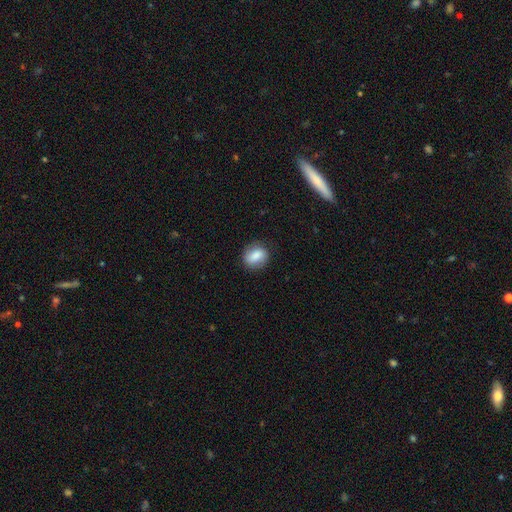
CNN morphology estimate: Q: Smooth or featured?
A: smooth (81%); runner-up: featured or disk (11%)
Q: How rounded?
A: in between (55%); runner-up: round (44%)
Q: Merging?
A: none (81%); runner-up: minor disturbance (14%)